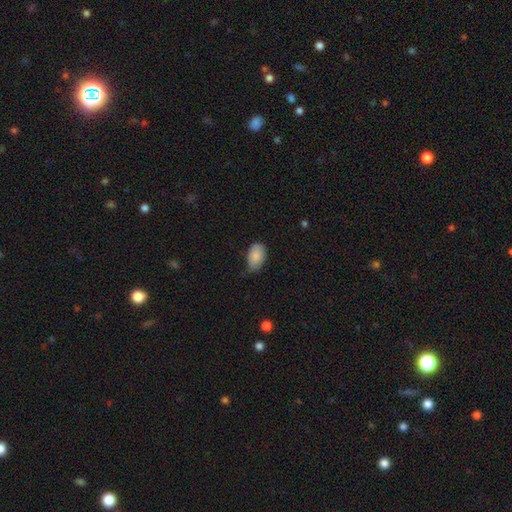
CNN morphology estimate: Smooth or featured? smooth (86%)
How rounded? in between (92%)
Merging? none (50%)